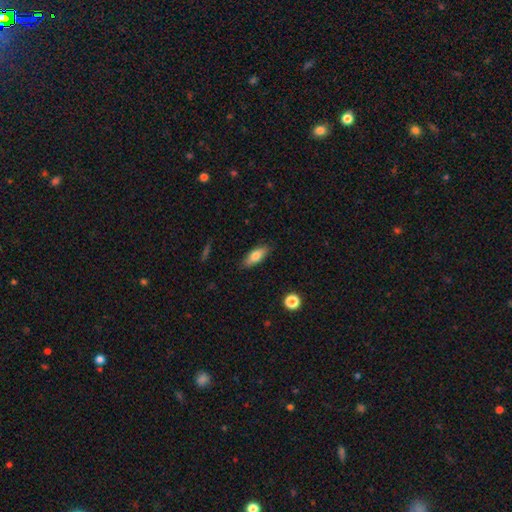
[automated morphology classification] Smooth or featured: smooth — 77% (featured or disk — 16%)
How rounded: in between — 74% (cigar-shaped — 24%)
Merging: none — 86% (minor disturbance — 10%)